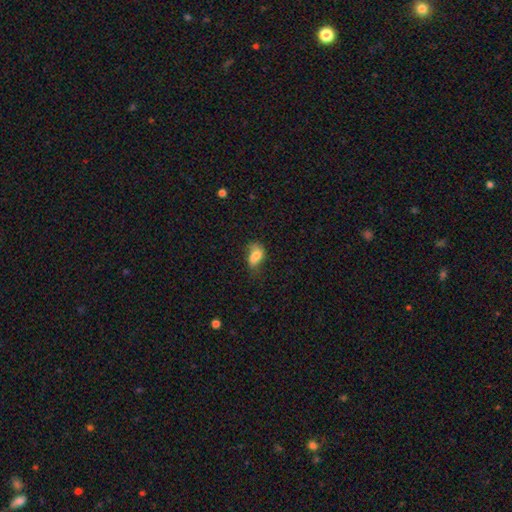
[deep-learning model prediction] Smooth or featured: smooth — 72% (featured or disk — 18%)
How rounded: in between — 85% (round — 12%)
Merging: none — 36% (minor disturbance — 33%)